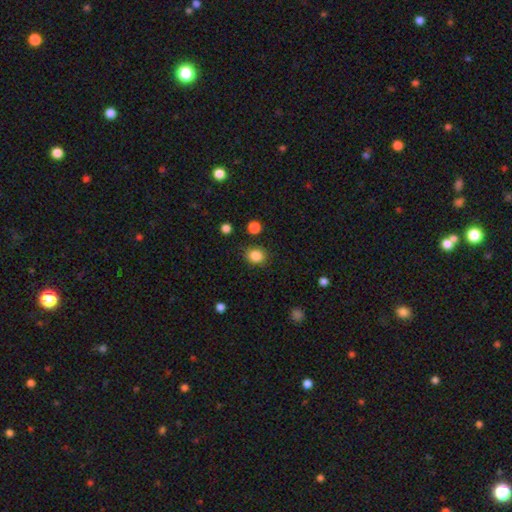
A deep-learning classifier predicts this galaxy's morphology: Smooth or featured: smooth — 85% (star or artifact — 11%)
How rounded: round — 69% (in between — 30%)
Merging: none — 84% (minor disturbance — 10%)